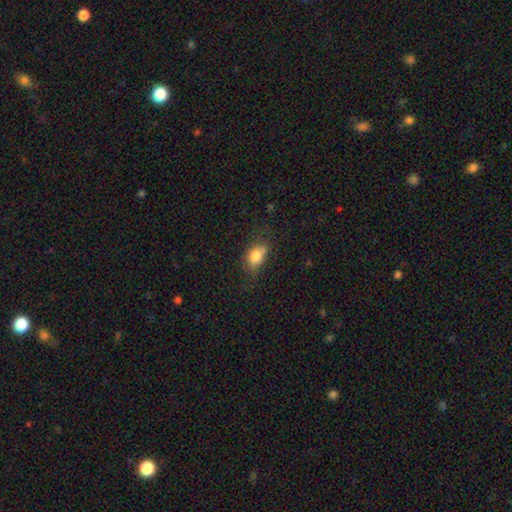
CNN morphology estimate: type=smooth (79%); roundness=in between (73%); merging=none (56%).